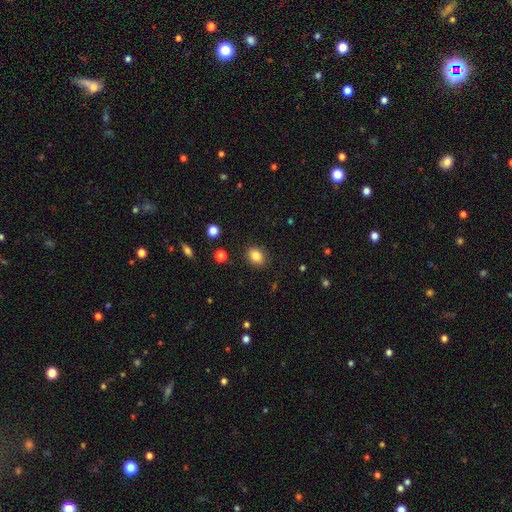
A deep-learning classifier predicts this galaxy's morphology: Overall: smooth (84%). How rounded: in between (56%; round 43%). Merging: none (88%).